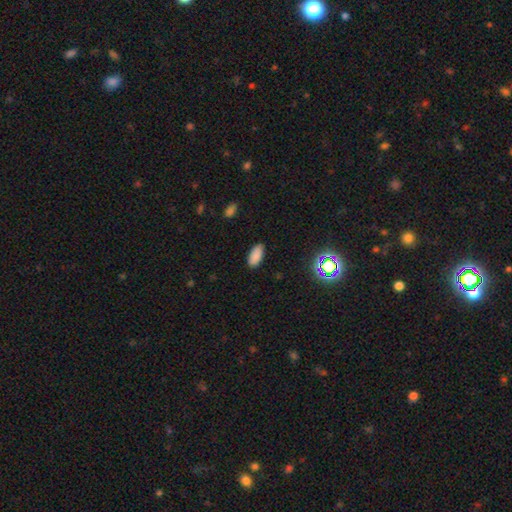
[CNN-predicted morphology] Smooth or featured?
  - smooth: 85% *
  - star or artifact: 11%
  - featured or disk: 4%
How rounded?
  - in between: 89% *
  - cigar-shaped: 9%
  - round: 2%
Merging?
  - none: 87% *
  - minor disturbance: 9%
  - major disturbance: 2%
  - merger: 1%